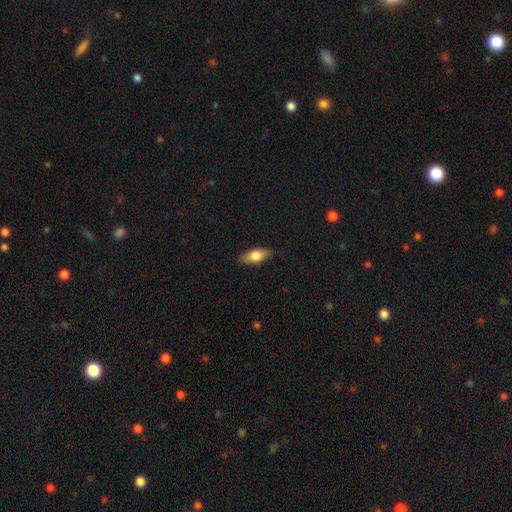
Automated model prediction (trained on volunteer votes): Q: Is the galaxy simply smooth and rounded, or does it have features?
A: smooth — 69%.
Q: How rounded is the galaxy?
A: in between — 78%.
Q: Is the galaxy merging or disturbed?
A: none — 86%.